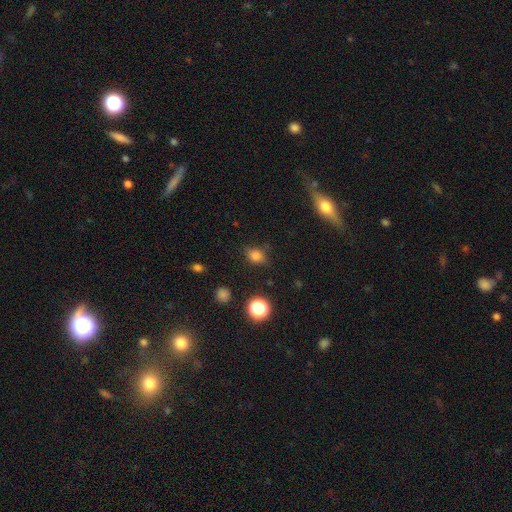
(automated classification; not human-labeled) Q: Smooth or featured?
A: smooth (79%); runner-up: star or artifact (16%)
Q: How rounded?
A: in between (51%); runner-up: round (48%)
Q: Merging?
A: none (74%); runner-up: minor disturbance (19%)